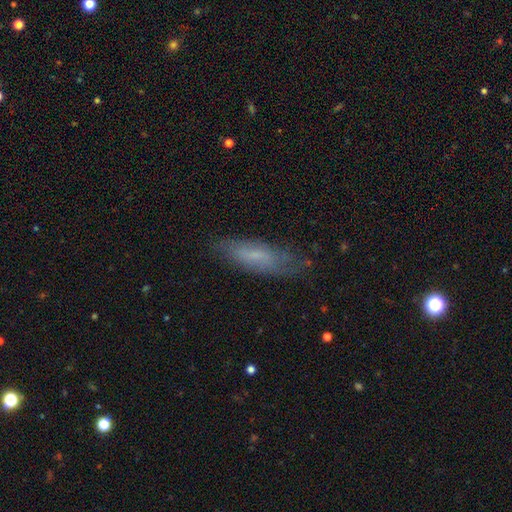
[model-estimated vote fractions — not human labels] This is possibly a smooth galaxy (59%). How rounded: possibly cigar-shaped (56%). Merging: likely none (71%).